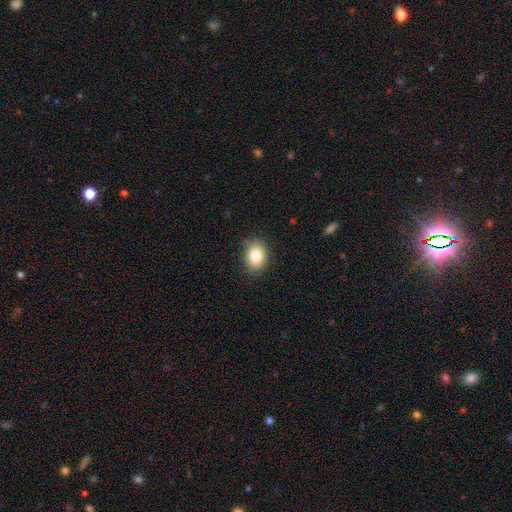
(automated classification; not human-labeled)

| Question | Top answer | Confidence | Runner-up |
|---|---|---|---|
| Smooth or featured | smooth | 83% | star or artifact (9%) |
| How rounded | in between | 71% | round (28%) |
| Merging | none | 84% | minor disturbance (13%) |